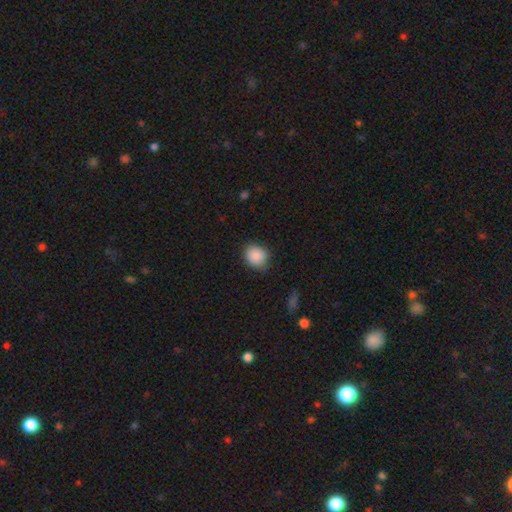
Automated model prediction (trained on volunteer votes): This appears to be a smooth galaxy with no disk features (88%) that is round (71%). Merging: none (78%).